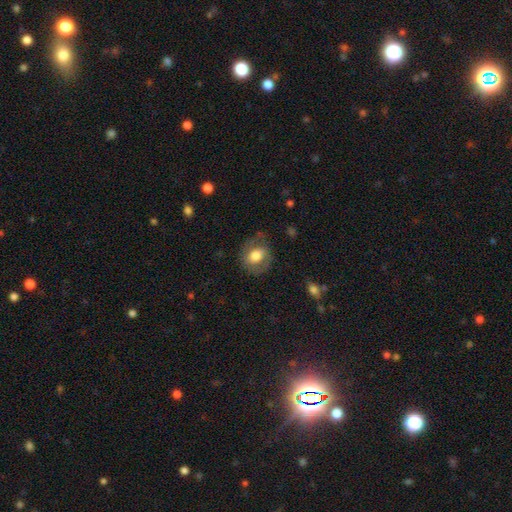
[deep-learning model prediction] A smooth galaxy with no disk features (64%) that is round (57%).

Vote fractions:
- Smooth or featured? smooth: 64% / featured or disk: 29% / star or artifact: 7%
- How rounded? round: 57% / in between: 42% / cigar-shaped: 1%
- Merging? none: 69% / minor disturbance: 19% / major disturbance: 10% / merger: 1%